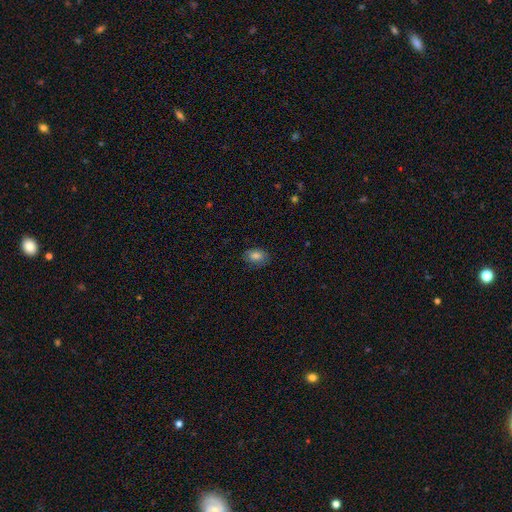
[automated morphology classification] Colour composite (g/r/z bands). It shows a smooth galaxy with no disk features (81%) that is in between round and cigar-shaped (85%). Merging: none (80%).